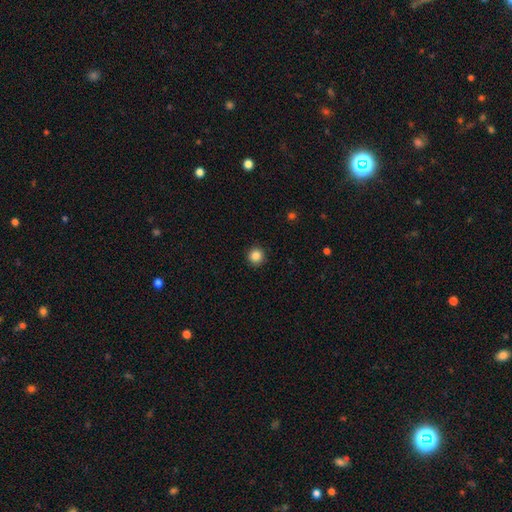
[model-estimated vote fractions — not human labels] smooth 85%, star or artifact 11%, featured or disk 4%. Down the decision tree: how rounded — round (95%); merging — none (93%).